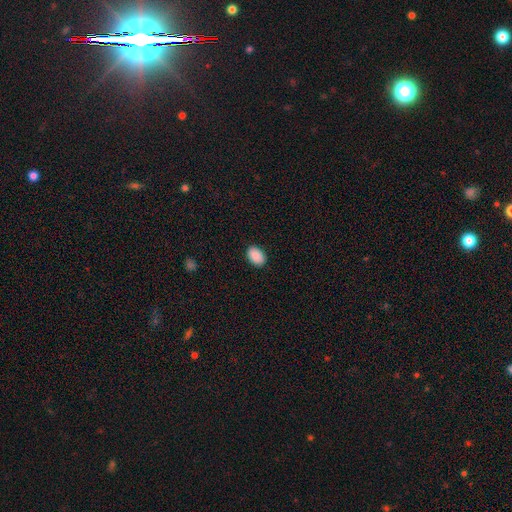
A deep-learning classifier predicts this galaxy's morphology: Overall: smooth (90%). How rounded: in between (86%). Merging: none (88%).